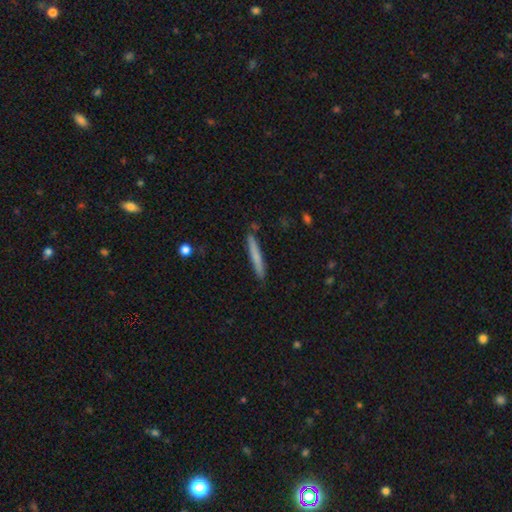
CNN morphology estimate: type=smooth (70%); roundness=cigar-shaped (96%); merging=none (88%).